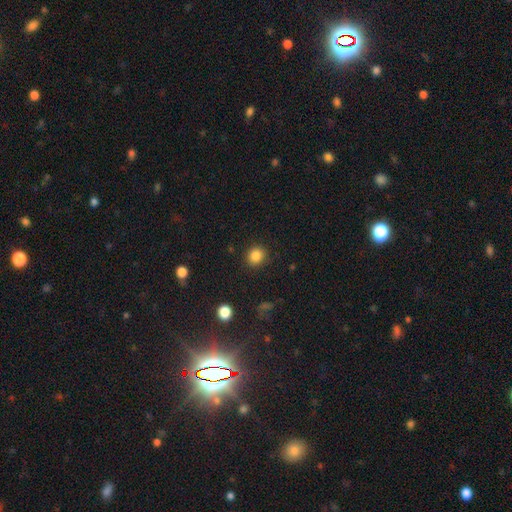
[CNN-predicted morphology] A smooth galaxy with no disk features (85%) that is round (78%). Merging: none (88%).